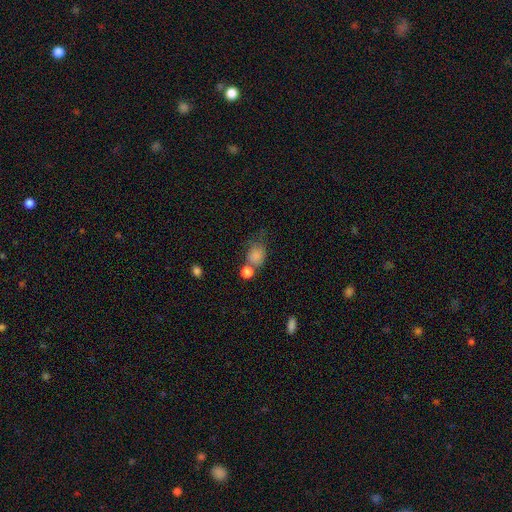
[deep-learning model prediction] Smooth or featured?
  - smooth: 79% *
  - star or artifact: 12%
  - featured or disk: 8%
How rounded?
  - round: 56% *
  - in between: 42%
  - cigar-shaped: 1%
Merging?
  - none: 43% *
  - merger: 22%
  - minor disturbance: 21%
  - major disturbance: 13%